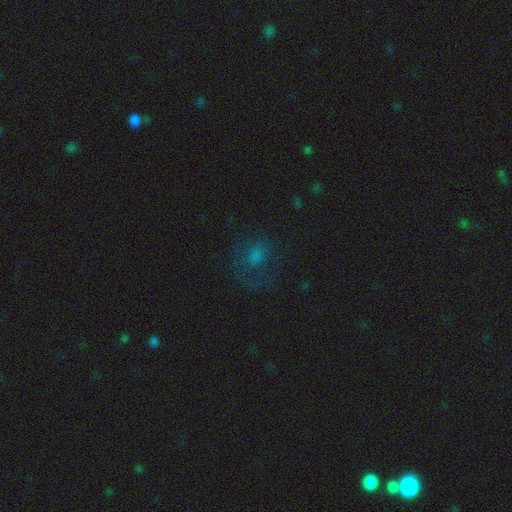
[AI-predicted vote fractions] The model was most divided on "smooth or featured": smooth: 48%, star or artifact: 28%, featured or disk: 24%. More confident: merging — none (58%).